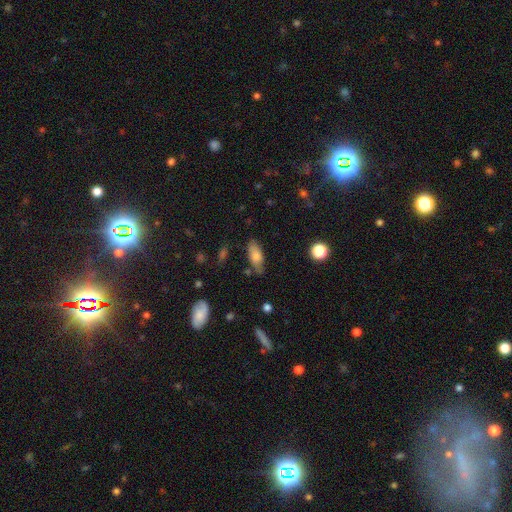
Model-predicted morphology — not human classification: Overall: smooth (75%). How rounded: in between (80%). Merging: none (73%).